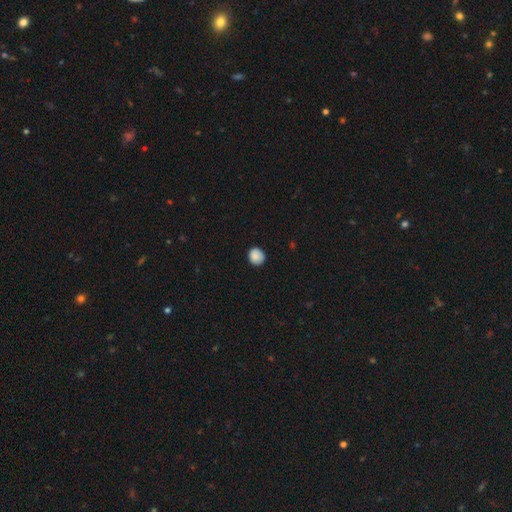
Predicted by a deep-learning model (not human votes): This is clearly a smooth galaxy (87%). How rounded: clearly round (85%). Merging: clearly none (88%).